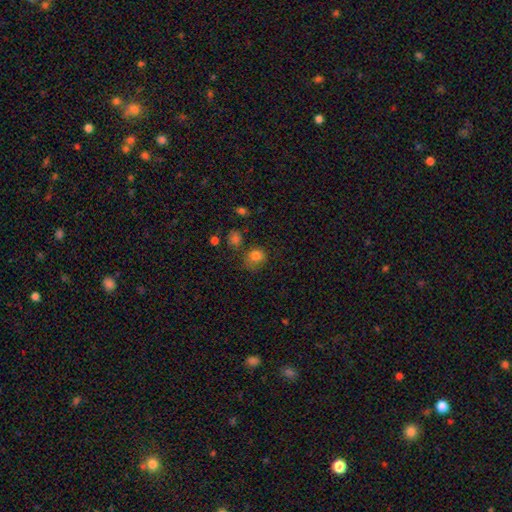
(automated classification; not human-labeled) smooth-or-featured: smooth: 79% | star or artifact: 13% | featured or disk: 8%
  how-rounded: round: 73% | in between: 26% | cigar-shaped: 1%
  merging: none: 53% | minor disturbance: 25% | major disturbance: 14% | merger: 8%